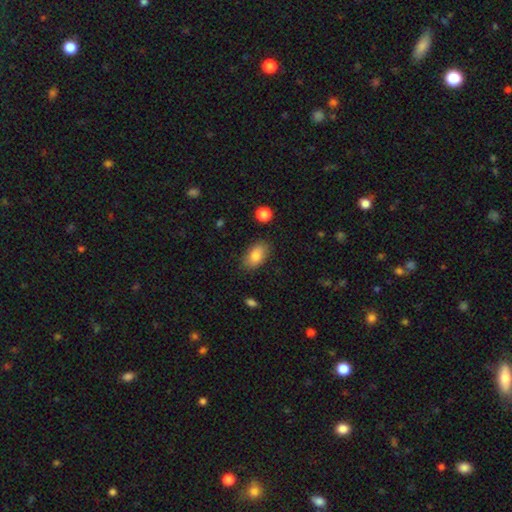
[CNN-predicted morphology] Q: Smooth or featured?
A: smooth (84%); runner-up: featured or disk (9%)
Q: How rounded?
A: in between (92%); runner-up: round (6%)
Q: Merging?
A: none (83%); runner-up: minor disturbance (13%)